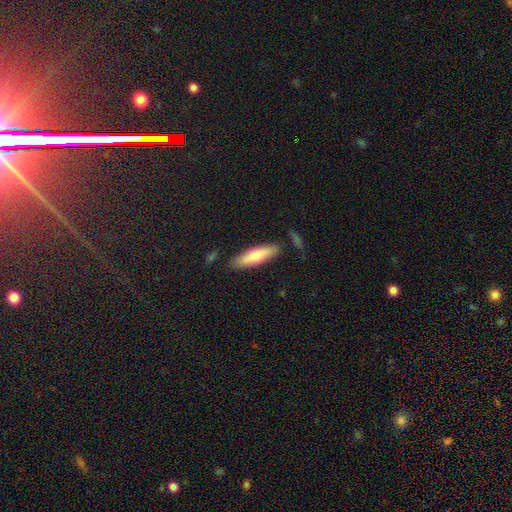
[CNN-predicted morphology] Q: Smooth or featured?
A: smooth (71%); runner-up: featured or disk (23%)
Q: How rounded?
A: cigar-shaped (67%); runner-up: in between (32%)
Q: Merging?
A: none (83%); runner-up: minor disturbance (11%)